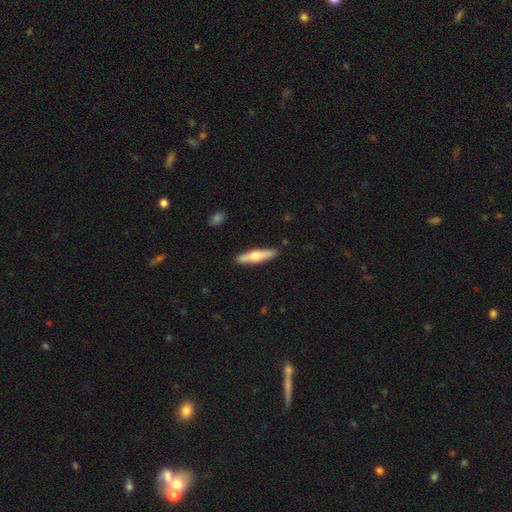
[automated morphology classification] Q: Smooth or featured?
A: featured or disk (48%); runner-up: smooth (47%)
Q: Merging?
A: none (90%); runner-up: minor disturbance (7%)